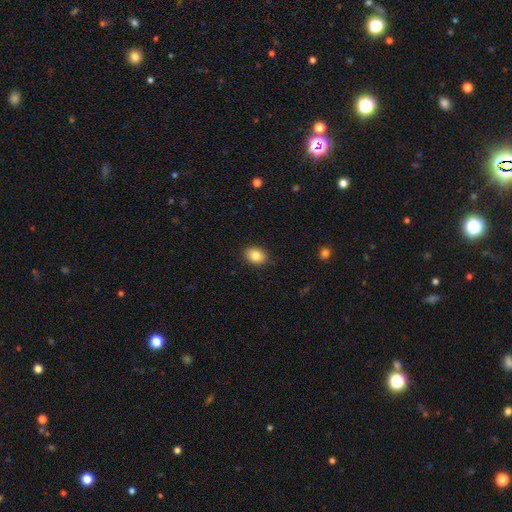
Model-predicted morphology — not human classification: A smooth galaxy with no disk features (84%) that is in between round and cigar-shaped (66%). Merging: none (85%).